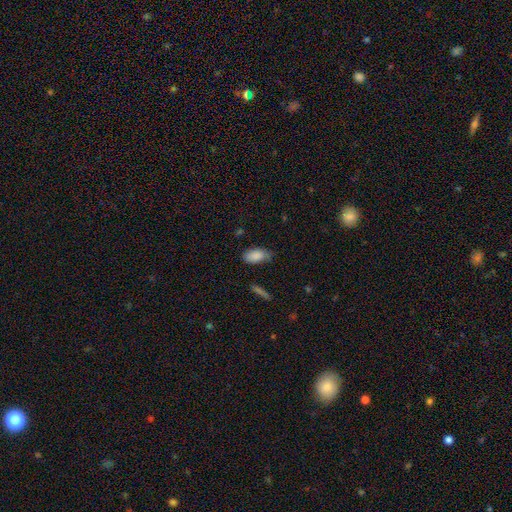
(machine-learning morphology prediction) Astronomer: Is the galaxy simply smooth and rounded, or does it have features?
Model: smooth — 87%.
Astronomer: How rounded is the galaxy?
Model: in between — 92%.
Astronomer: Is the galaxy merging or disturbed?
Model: none — 62%.